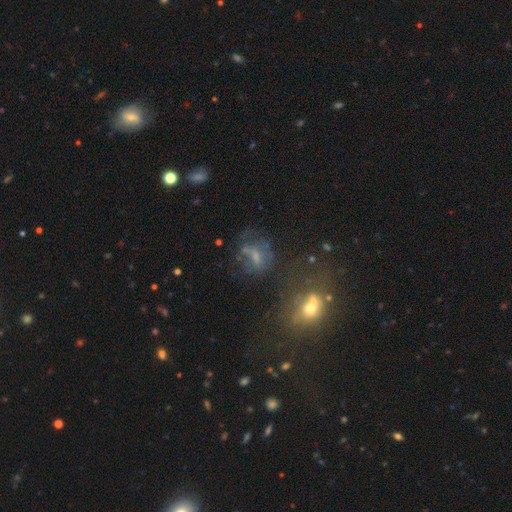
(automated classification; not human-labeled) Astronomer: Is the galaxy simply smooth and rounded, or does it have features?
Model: featured or disk — 41% (runner-up: smooth, 35%).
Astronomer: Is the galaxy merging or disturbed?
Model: none — 42% (runner-up: major disturbance, 25%).